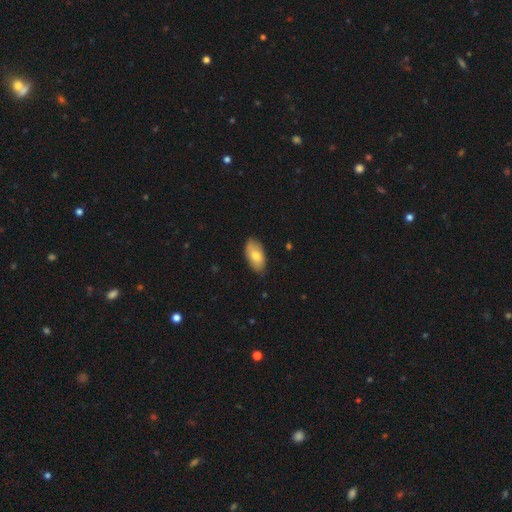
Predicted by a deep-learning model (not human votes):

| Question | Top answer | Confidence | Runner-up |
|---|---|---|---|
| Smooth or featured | smooth | 74% | featured or disk (19%) |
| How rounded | in between | 94% | round (3%) |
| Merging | none | 79% | minor disturbance (18%) |